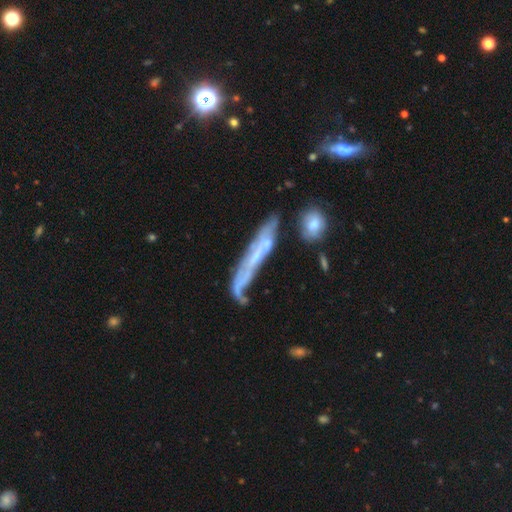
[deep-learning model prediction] Smooth or featured: featured or disk — 62% (smooth — 29%)
Edge-on disk: yes — 63% (no — 37%)
Merging: none — 45% (minor disturbance — 23%)